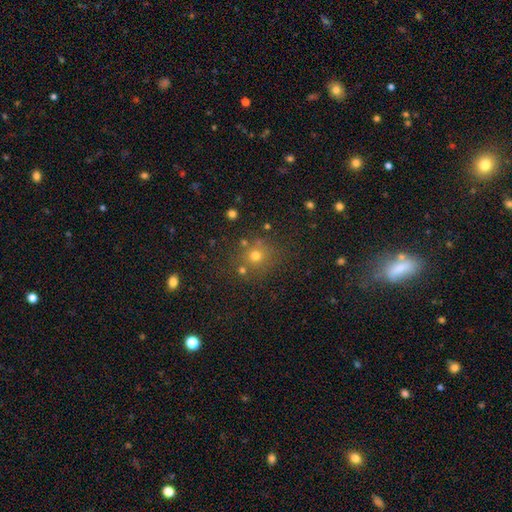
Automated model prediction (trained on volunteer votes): Morphology: type=smooth (65%); roundness=round (89%); merging=none (77%).